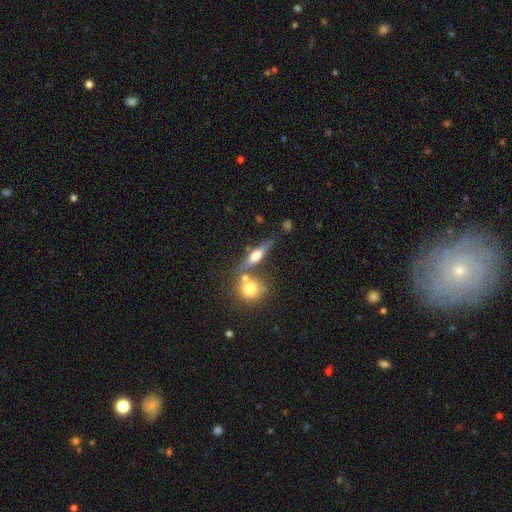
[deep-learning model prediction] Overall: featured or disk (48%; smooth 44%). Merging: none (59%; merger 25%).